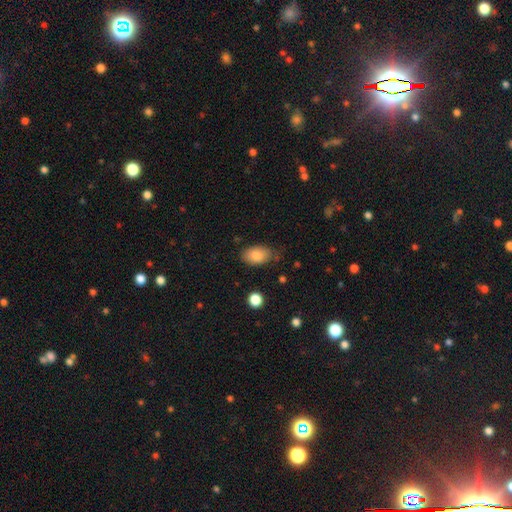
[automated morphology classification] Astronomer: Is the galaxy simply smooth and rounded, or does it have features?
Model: smooth — 83%.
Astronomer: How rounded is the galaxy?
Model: in between — 91%.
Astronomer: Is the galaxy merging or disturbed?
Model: none — 69%.